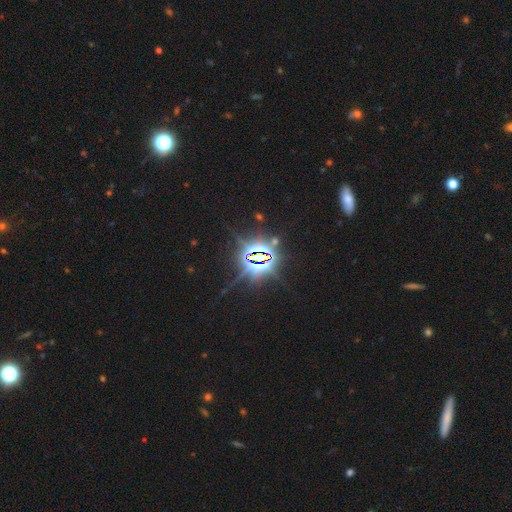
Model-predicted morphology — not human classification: The model was most divided on "smooth or featured": star or artifact: 85%, smooth: 8%, featured or disk: 7%.